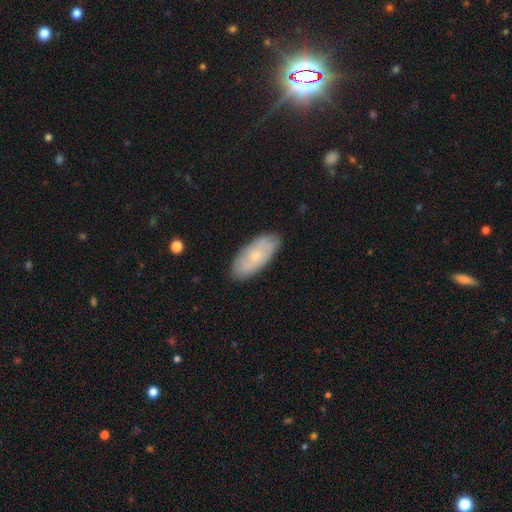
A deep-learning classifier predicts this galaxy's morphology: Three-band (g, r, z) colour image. It shows a smooth galaxy with no disk features (51%) that is in between round and cigar-shaped (87%). Merging: none (84%).